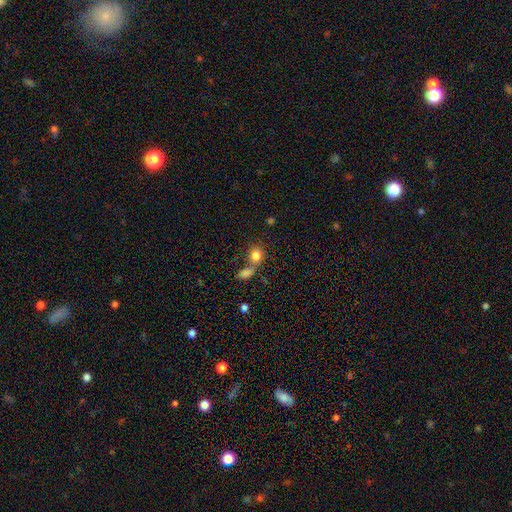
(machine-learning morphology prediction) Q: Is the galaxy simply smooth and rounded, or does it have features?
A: smooth — 81%.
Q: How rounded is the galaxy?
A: round — 66%.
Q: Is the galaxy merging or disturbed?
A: none — 47%.